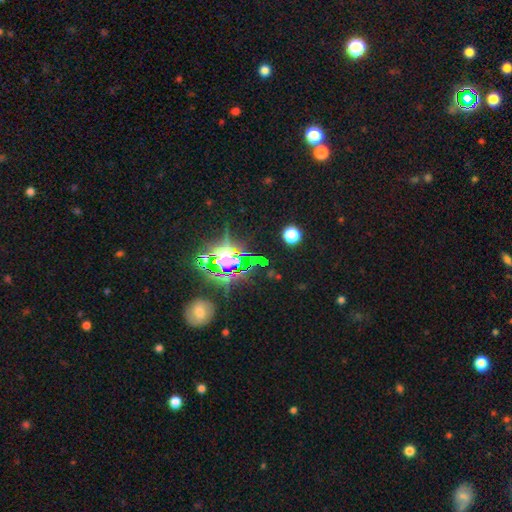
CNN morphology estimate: This appears to be a star or artifact, not a galaxy (74%).